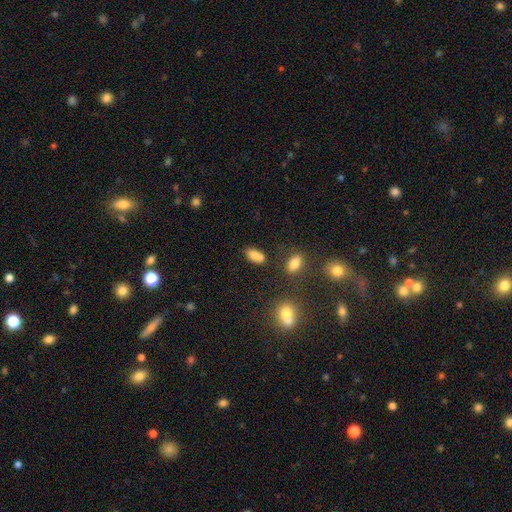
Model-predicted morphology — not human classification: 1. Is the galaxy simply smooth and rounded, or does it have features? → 80% smooth, 11% star or artifact, 9% featured or disk.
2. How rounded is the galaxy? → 88% in between, 6% cigar-shaped, 6% round.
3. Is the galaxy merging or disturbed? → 62% none, 17% merger, 16% minor disturbance, 5% major disturbance.